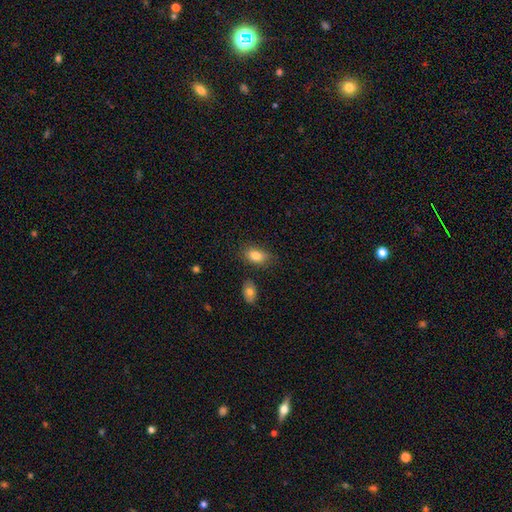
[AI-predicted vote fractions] This appears to be a smooth galaxy with no disk features (82%) that is in between round and cigar-shaped (88%). Merging: none (72%).